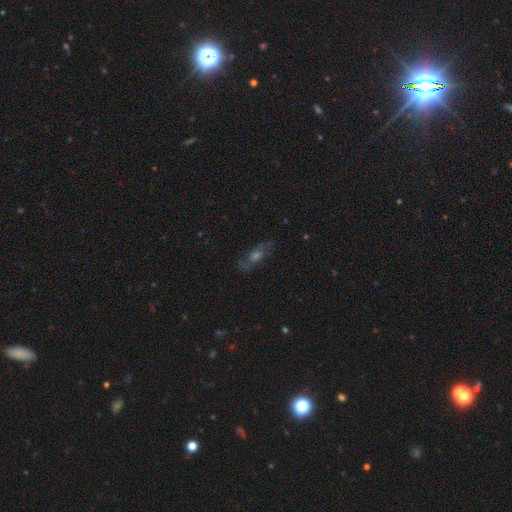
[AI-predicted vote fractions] A featured or disk galaxy (56%).

Vote fractions:
- Smooth or featured? featured or disk: 56% / smooth: 25% / star or artifact: 18%
- Edge-on disk? no: 69% / yes: 31%
- Merging? none: 78% / minor disturbance: 14% / major disturbance: 6% / merger: 2%